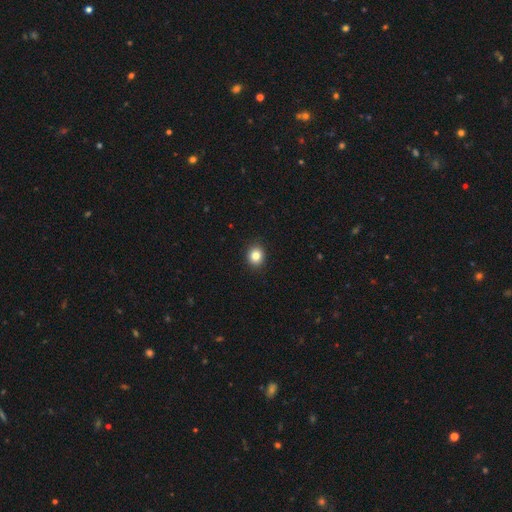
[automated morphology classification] Smooth or featured: smooth — 83% (star or artifact — 11%)
How rounded: round — 76% (in between — 23%)
Merging: none — 92% (minor disturbance — 6%)